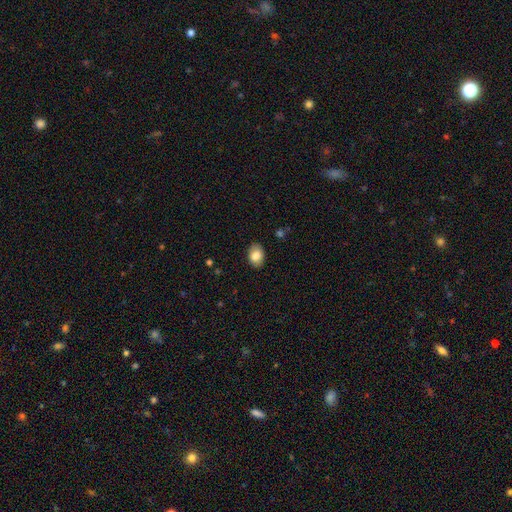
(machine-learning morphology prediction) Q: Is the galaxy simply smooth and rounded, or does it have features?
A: smooth — 83%.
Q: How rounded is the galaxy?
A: in between — 79%.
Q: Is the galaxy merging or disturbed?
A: none — 87%.